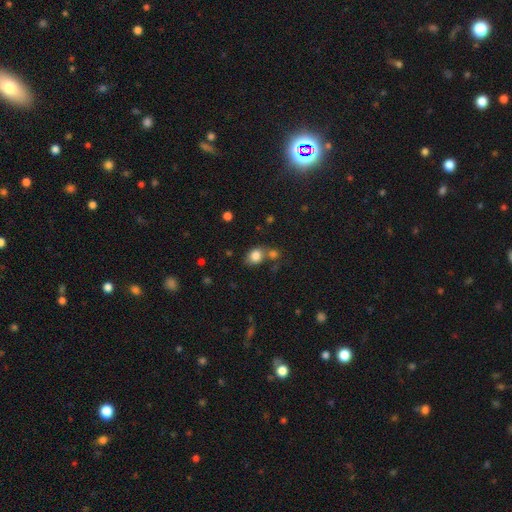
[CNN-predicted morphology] Smooth or featured: smooth — 83% (star or artifact — 10%)
How rounded: round — 52% (in between — 47%)
Merging: none — 55% (merger — 26%)